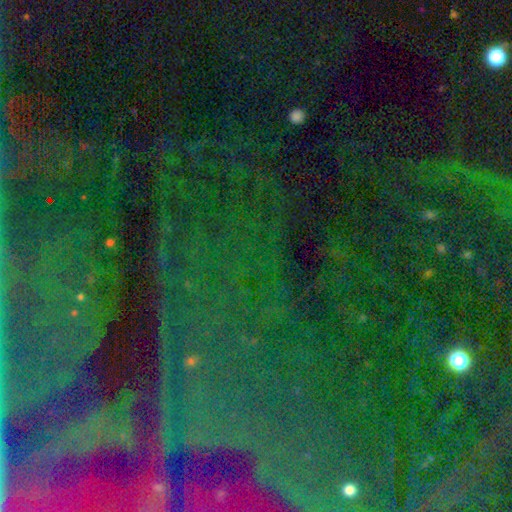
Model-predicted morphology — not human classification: A star or artifact, not a galaxy (78%).

Vote fractions:
- Smooth or featured? star or artifact: 78% / featured or disk: 13% / smooth: 10%